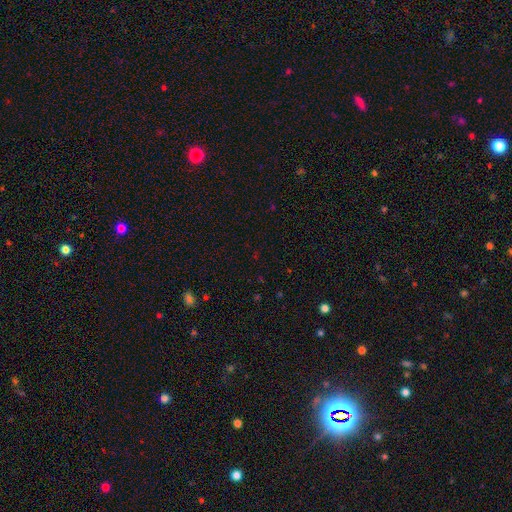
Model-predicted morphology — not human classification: A star or artifact, not a galaxy (67%).

Vote fractions:
- Smooth or featured? star or artifact: 67% / smooth: 26% / featured or disk: 7%